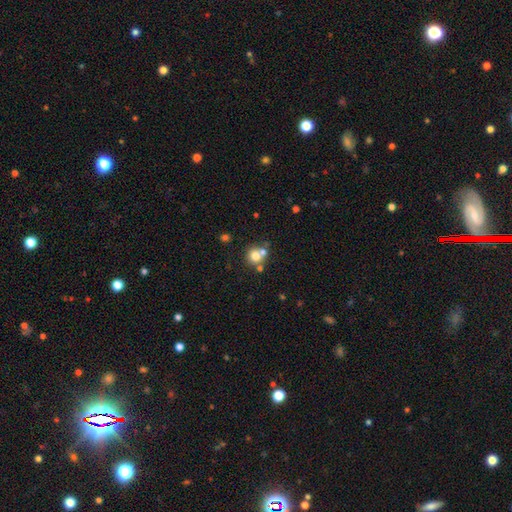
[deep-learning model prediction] Morphology: type=smooth (73%); roundness=round (88%); merging=none (54%).